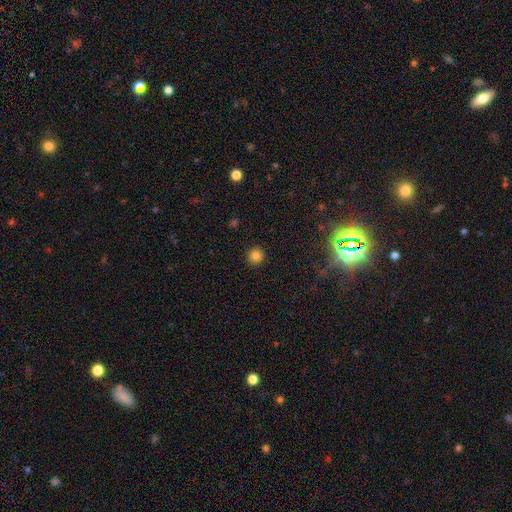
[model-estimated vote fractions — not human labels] This appears to be a smooth galaxy with no disk features (82%) that is round (94%). Merging: none (92%).